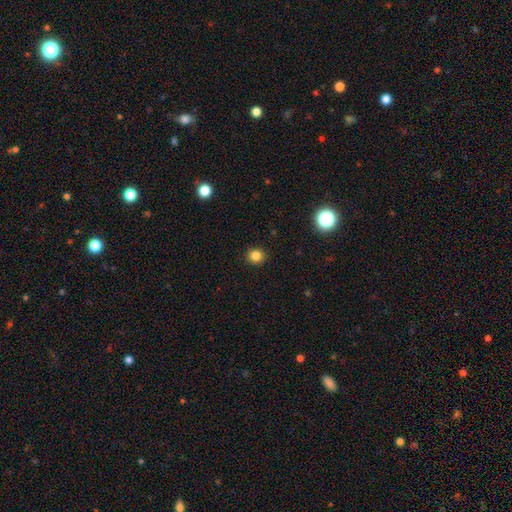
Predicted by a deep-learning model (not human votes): Smooth or featured? Predicted: smooth (p=0.83). How rounded? Predicted: round (p=0.90). Merging? Predicted: none (p=0.92).